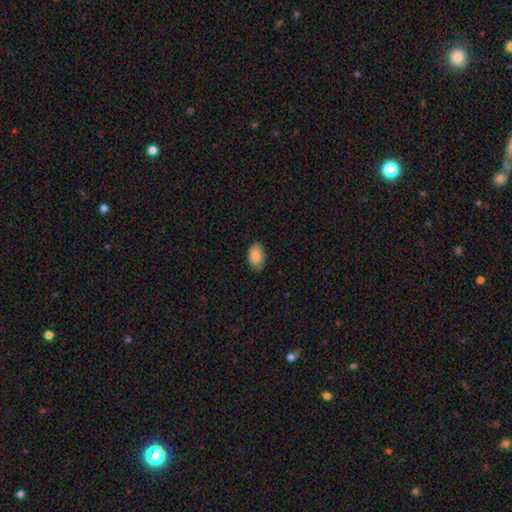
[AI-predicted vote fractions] smooth-or-featured: smooth: 86% | featured or disk: 7% | star or artifact: 7%
  how-rounded: in between: 91% | round: 8% | cigar-shaped: 1%
  merging: none: 82% | minor disturbance: 14% | major disturbance: 2% | merger: 1%